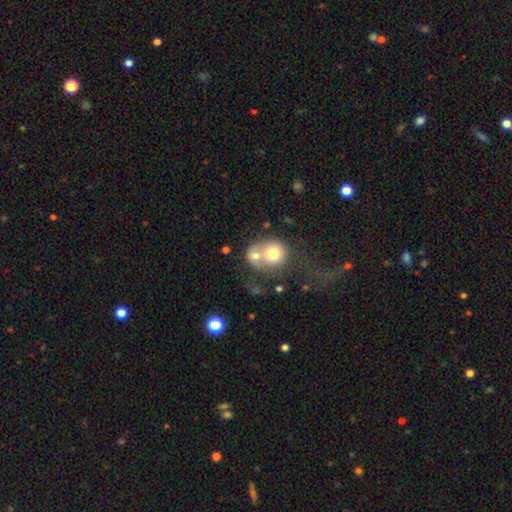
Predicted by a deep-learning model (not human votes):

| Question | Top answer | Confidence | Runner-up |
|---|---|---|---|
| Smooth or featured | smooth | 68% | featured or disk (23%) |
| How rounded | round | 73% | in between (26%) |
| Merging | merger | 66% | none (20%) |